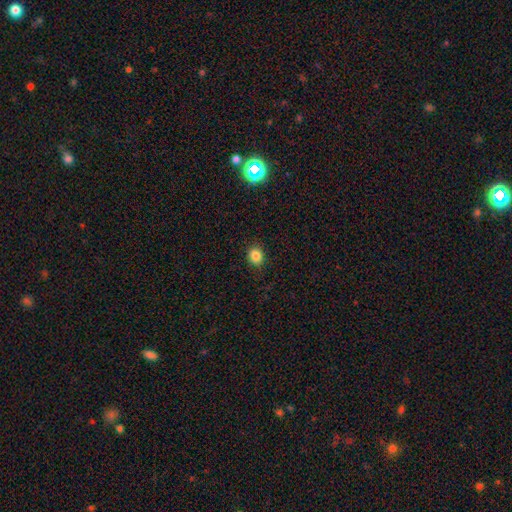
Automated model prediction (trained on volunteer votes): Smooth or featured?
  - smooth: 85% *
  - star or artifact: 11%
  - featured or disk: 4%
How rounded?
  - round: 69% *
  - in between: 30%
  - cigar-shaped: 1%
Merging?
  - none: 88% *
  - minor disturbance: 8%
  - major disturbance: 2%
  - merger: 1%